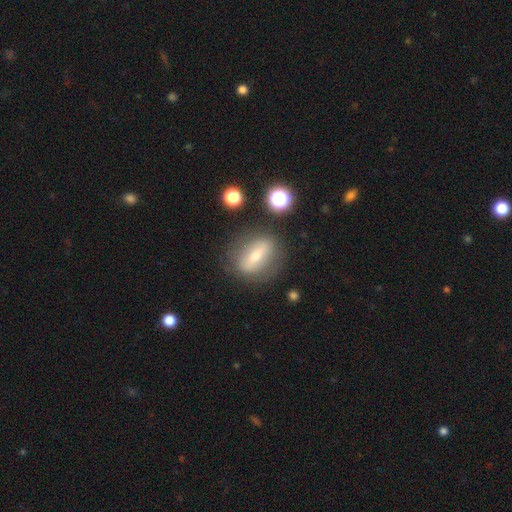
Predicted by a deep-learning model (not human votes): Smooth or featured? featured or disk (47%)
Merging? none (80%)